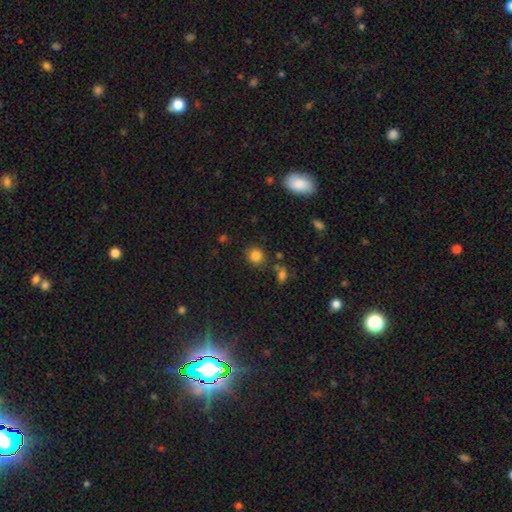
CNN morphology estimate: smooth 83%, star or artifact 12%, featured or disk 5%. Down the decision tree: how rounded — round (86%); merging — none (81%).